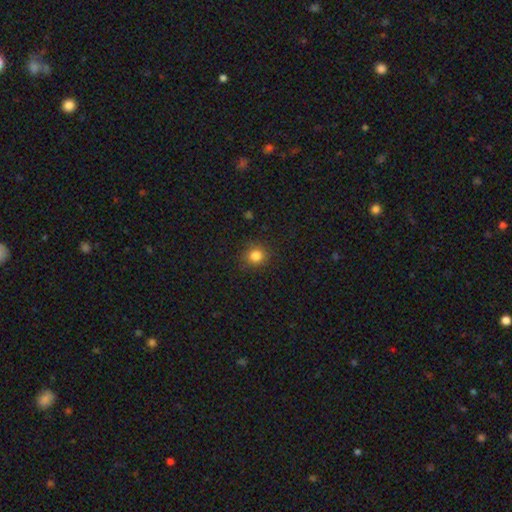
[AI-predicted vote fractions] This appears to be a smooth galaxy with no disk features (83%) that is round (89%). Merging: none (89%).